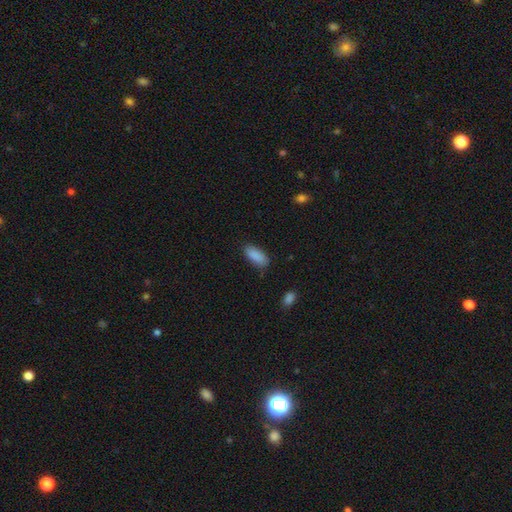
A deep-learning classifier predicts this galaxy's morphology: Smooth or featured? smooth (89%)
How rounded? in between (84%)
Merging? none (80%)